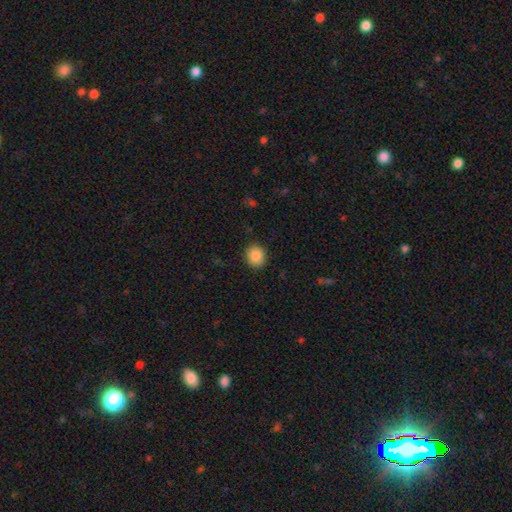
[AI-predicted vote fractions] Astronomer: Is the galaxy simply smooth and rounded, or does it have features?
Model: smooth — 88%.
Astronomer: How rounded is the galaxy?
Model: round — 77%.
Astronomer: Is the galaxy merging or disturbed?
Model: none — 90%.